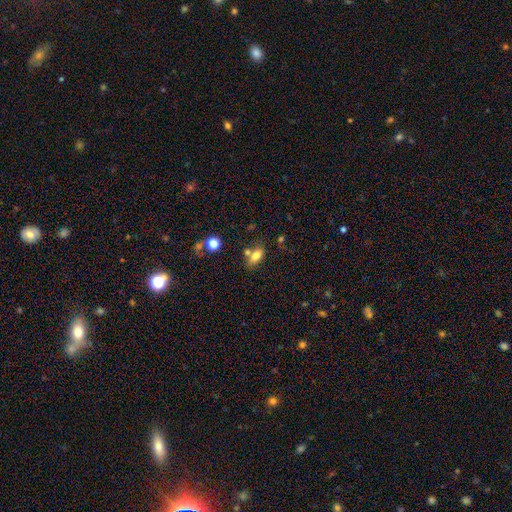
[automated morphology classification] Q: Smooth or featured?
A: smooth (77%); runner-up: featured or disk (13%)
Q: How rounded?
A: in between (84%); runner-up: round (9%)
Q: Merging?
A: none (59%); runner-up: merger (21%)